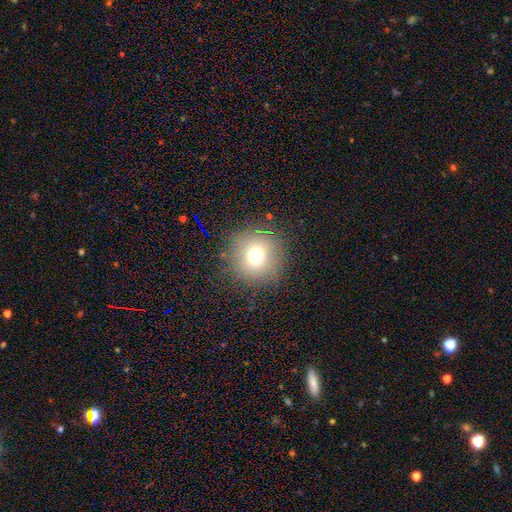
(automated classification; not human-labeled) smooth_or_featured: smooth (p=0.68) [alt: star or artifact p=0.20]
how_rounded: round (p=0.92) [alt: in between p=0.07]
merging: none (p=0.86) [alt: minor disturbance p=0.08]